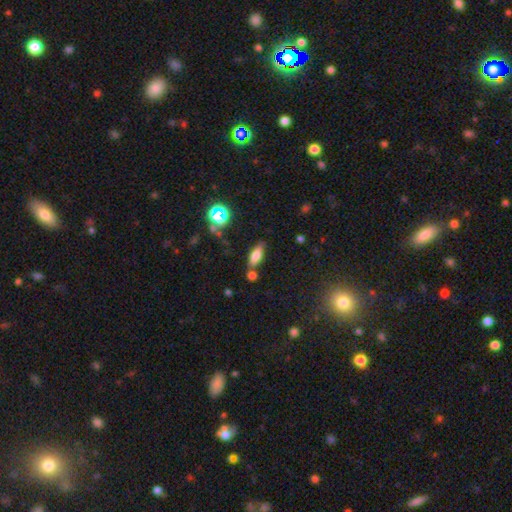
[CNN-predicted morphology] Smooth or featured? Predicted: smooth (p=0.71). How rounded? Predicted: in between (p=0.71). Merging? Predicted: none (p=0.67).